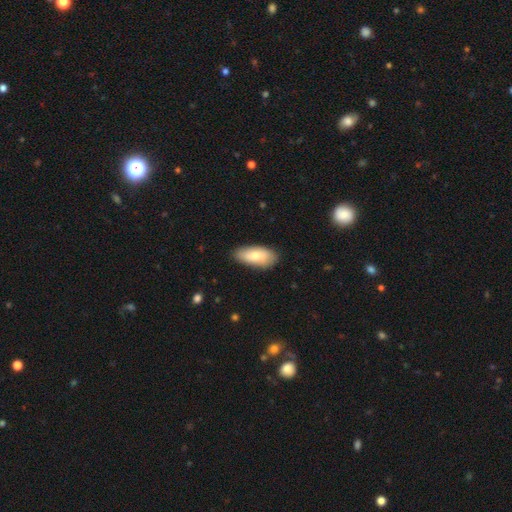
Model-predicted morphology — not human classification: This is likely a smooth galaxy (78%). How rounded: clearly in between (88%). Merging: clearly none (84%).